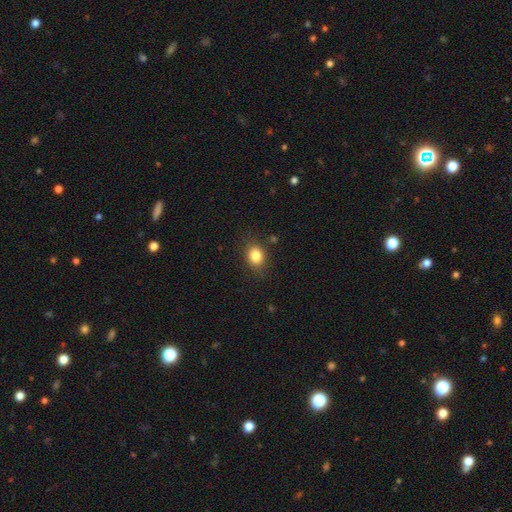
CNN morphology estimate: This appears to be a smooth galaxy with no disk features (84%) that is in between round and cigar-shaped (51%). Merging: none (83%).